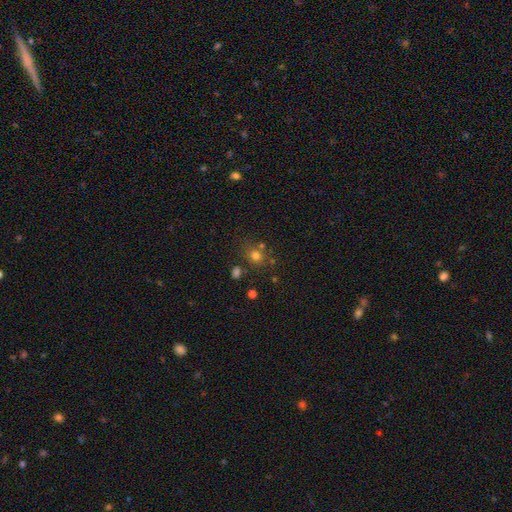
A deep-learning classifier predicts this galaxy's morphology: A smooth galaxy with no disk features (73%) that is round (70%).

Vote fractions:
- Smooth or featured? smooth: 73% / star or artifact: 18% / featured or disk: 9%
- How rounded? round: 70% / in between: 29% / cigar-shaped: 1%
- Merging? none: 68% / minor disturbance: 14% / merger: 13% / major disturbance: 5%